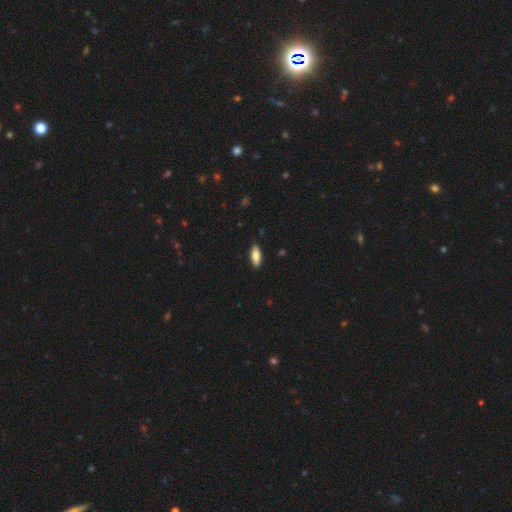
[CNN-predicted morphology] A smooth galaxy with no disk features (79%) that is in between round and cigar-shaped (75%). Merging: none (89%).